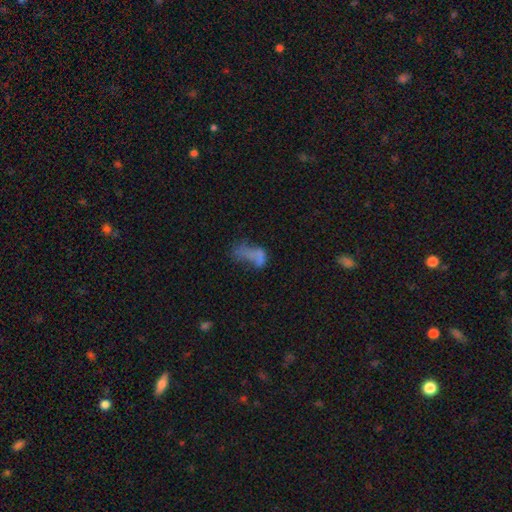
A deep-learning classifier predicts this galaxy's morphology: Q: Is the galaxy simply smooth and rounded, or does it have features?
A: smooth — 52%.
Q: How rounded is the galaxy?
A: in between — 84%.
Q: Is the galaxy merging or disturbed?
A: major disturbance — 40%.